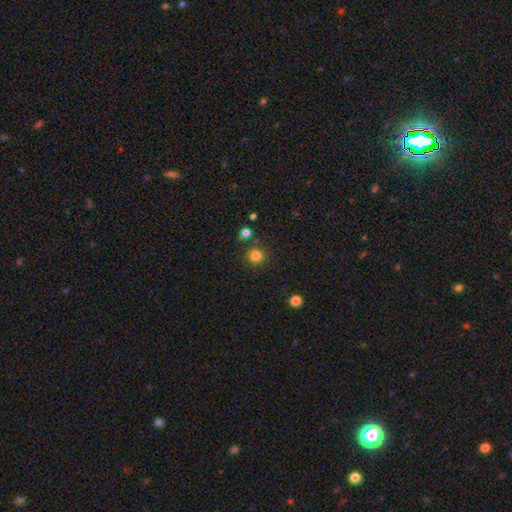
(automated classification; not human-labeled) This is clearly a smooth galaxy (82%). How rounded: clearly round (91%). Merging: clearly none (82%).